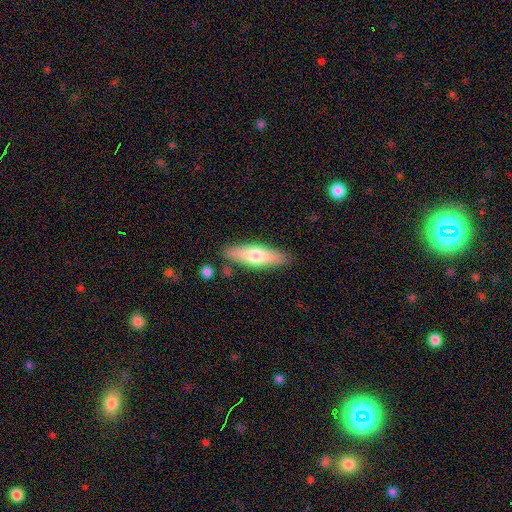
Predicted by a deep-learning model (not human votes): Overall: smooth (63%; featured or disk 31%). How rounded: cigar-shaped (56%; in between 42%). Merging: none (83%).